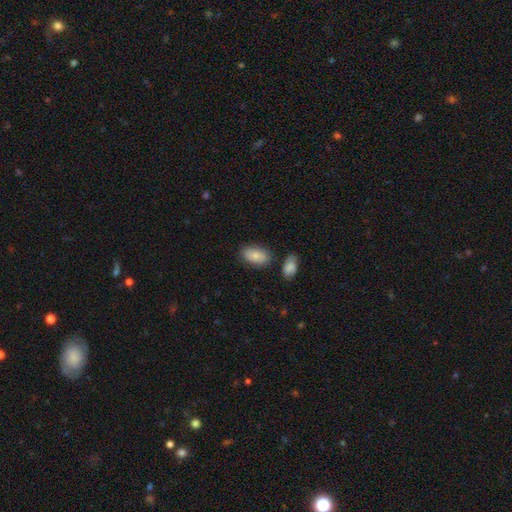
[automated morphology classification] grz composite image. It shows a smooth galaxy with no disk features (81%) that is in between round and cigar-shaped (93%). Merging: none (77%).